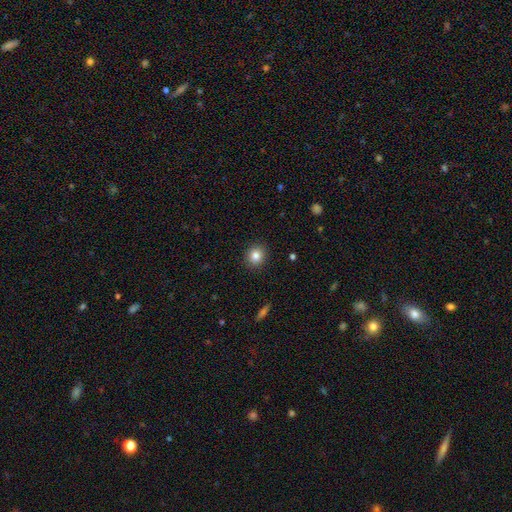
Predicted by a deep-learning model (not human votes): Smooth or featured? smooth (82%)
How rounded? round (86%)
Merging? none (91%)